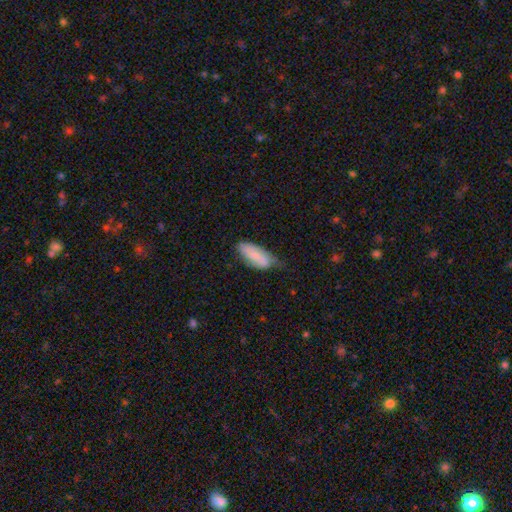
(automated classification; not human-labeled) Morphology: type=smooth (75%); roundness=in between (81%); merging=none (44%).